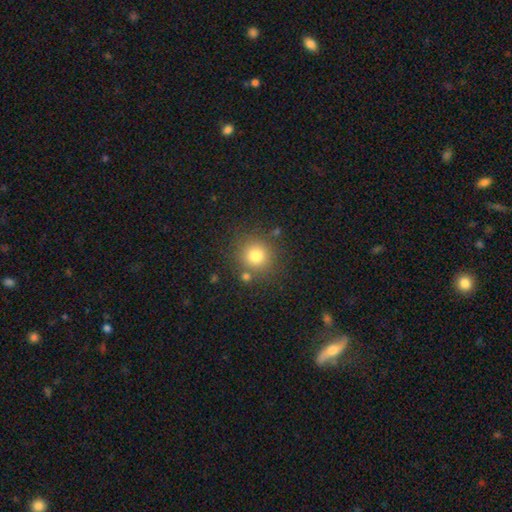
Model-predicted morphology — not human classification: Overall: smooth (78%). How rounded: round (91%). Merging: none (80%).